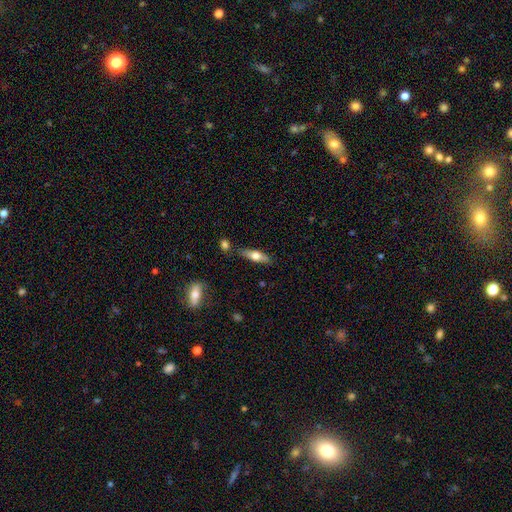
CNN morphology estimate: This is possibly a smooth galaxy (57%). How rounded: possibly cigar-shaped (52%). Merging: likely none (78%).